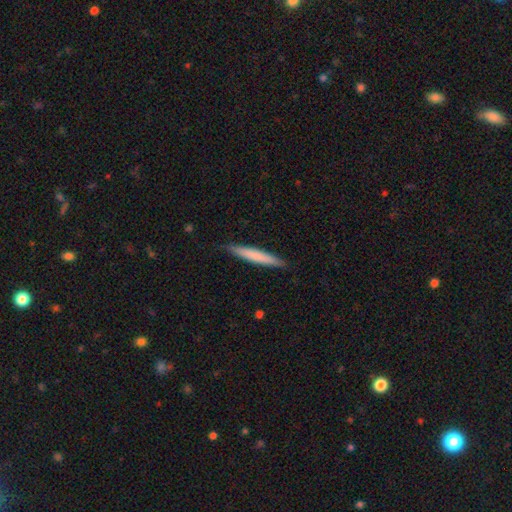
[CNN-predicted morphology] Overall: smooth (70%). How rounded: cigar-shaped (95%). Merging: none (87%).